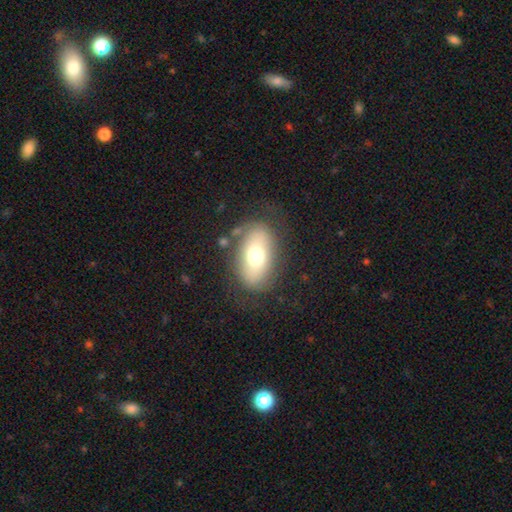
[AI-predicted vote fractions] smooth 65%, featured or disk 27%, star or artifact 8%. Down the decision tree: how rounded — in between (88%); merging — none (75%).